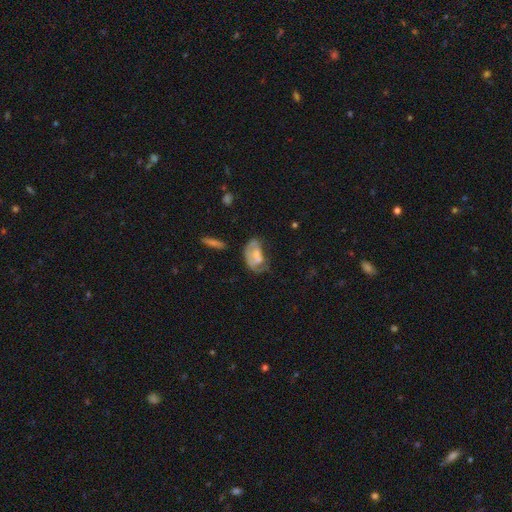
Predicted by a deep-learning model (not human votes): Smooth or featured: smooth — 47% (featured or disk — 45%)
Merging: major disturbance — 32% (none — 30%)